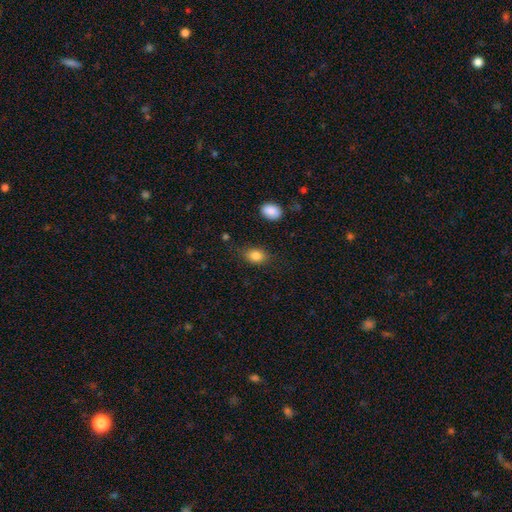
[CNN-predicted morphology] Smooth or featured: smooth — 84% (star or artifact — 9%)
How rounded: in between — 75% (round — 23%)
Merging: none — 75% (minor disturbance — 18%)